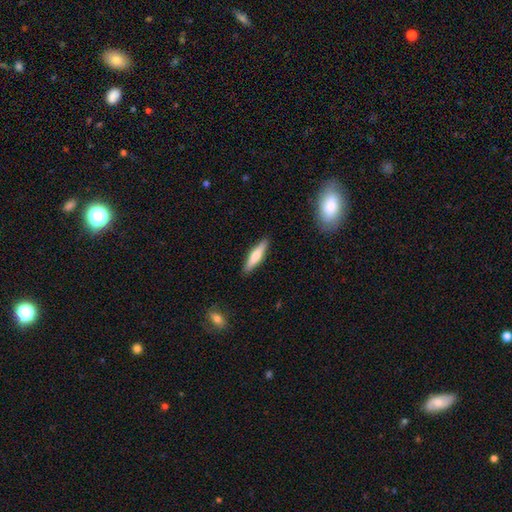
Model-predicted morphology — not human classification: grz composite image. It shows a smooth galaxy with no disk features (57%) that is cigar-shaped (82%). Merging: none (90%).